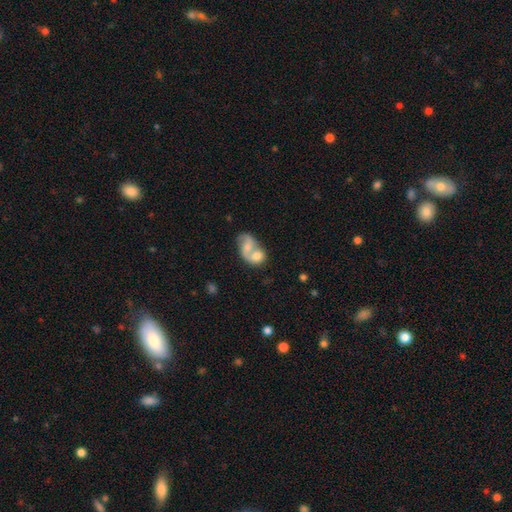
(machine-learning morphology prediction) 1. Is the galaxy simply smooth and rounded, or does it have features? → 48% featured or disk, 44% smooth, 8% star or artifact.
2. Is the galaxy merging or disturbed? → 70% merger, 18% none, 7% minor disturbance, 5% major disturbance.